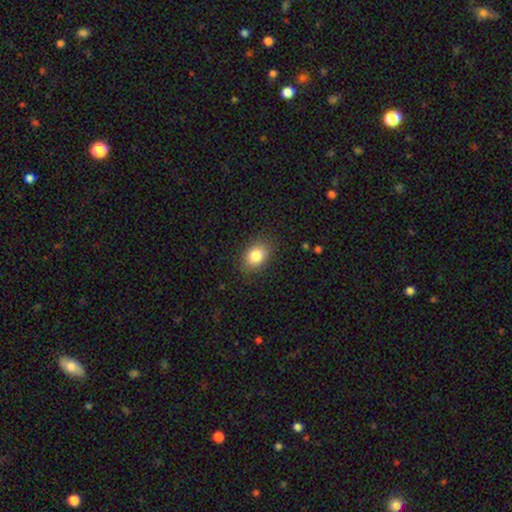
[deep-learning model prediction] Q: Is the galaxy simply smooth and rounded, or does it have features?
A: smooth — 84%.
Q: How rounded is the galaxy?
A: in between — 70%.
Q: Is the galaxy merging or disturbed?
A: none — 86%.